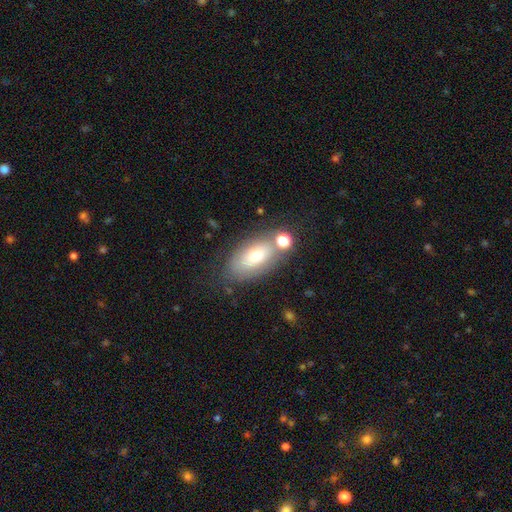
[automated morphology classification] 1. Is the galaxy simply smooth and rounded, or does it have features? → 62% smooth, 29% featured or disk, 10% star or artifact.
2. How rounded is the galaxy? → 89% in between, 6% round, 4% cigar-shaped.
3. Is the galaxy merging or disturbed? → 62% none, 17% minor disturbance, 14% merger, 7% major disturbance.